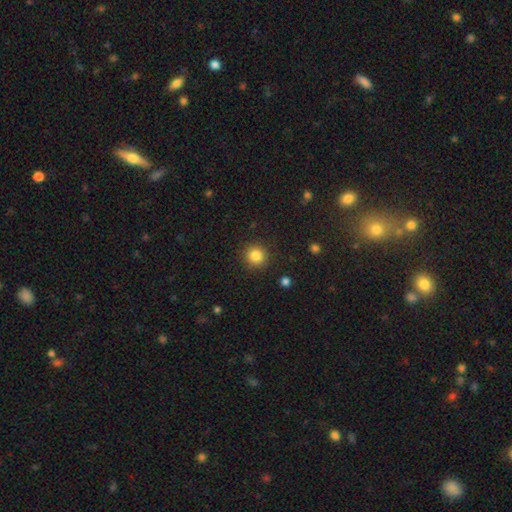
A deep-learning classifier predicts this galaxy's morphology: smooth_or_featured: smooth (p=0.84) [alt: star or artifact p=0.11]
how_rounded: round (p=0.93) [alt: in between p=0.06]
merging: none (p=0.91) [alt: minor disturbance p=0.06]